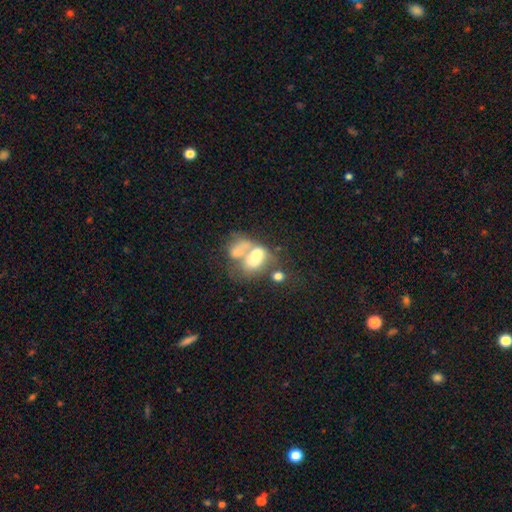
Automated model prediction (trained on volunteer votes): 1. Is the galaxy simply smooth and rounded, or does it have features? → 48% smooth, 41% featured or disk, 12% star or artifact.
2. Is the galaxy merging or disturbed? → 63% merger, 16% major disturbance, 13% none, 8% minor disturbance.